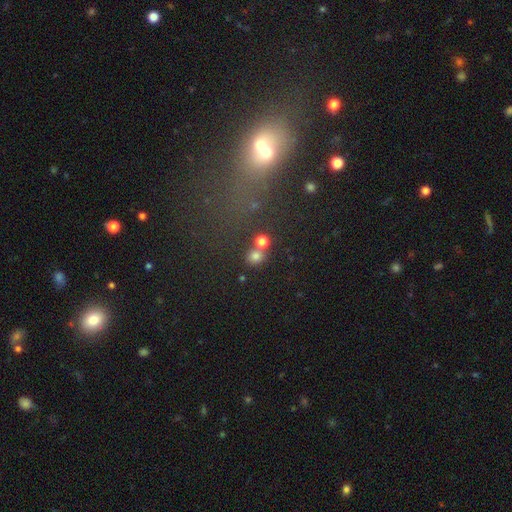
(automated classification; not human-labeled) Smooth or featured: smooth — 75% (star or artifact — 17%)
How rounded: round — 83% (in between — 16%)
Merging: none — 58% (merger — 30%)